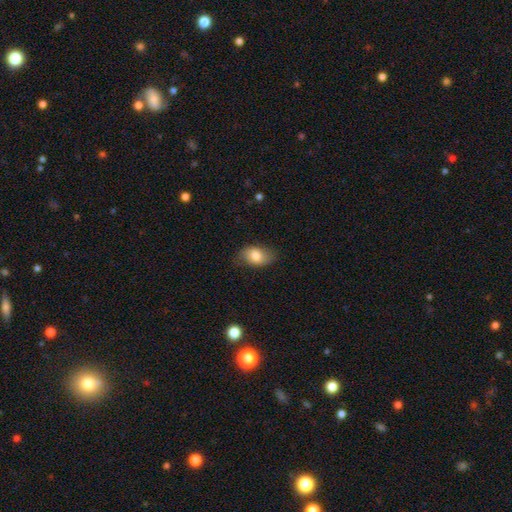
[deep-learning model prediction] smooth_or_featured: smooth (p=0.79) [alt: featured or disk p=0.14]
how_rounded: in between (p=0.87) [alt: round p=0.12]
merging: none (p=0.73) [alt: minor disturbance p=0.21]